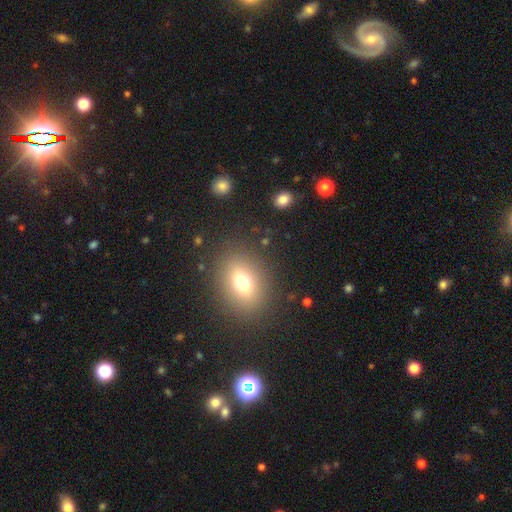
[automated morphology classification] A smooth galaxy with no disk features (67%) that is in between round and cigar-shaped (71%). Merging: none (87%).